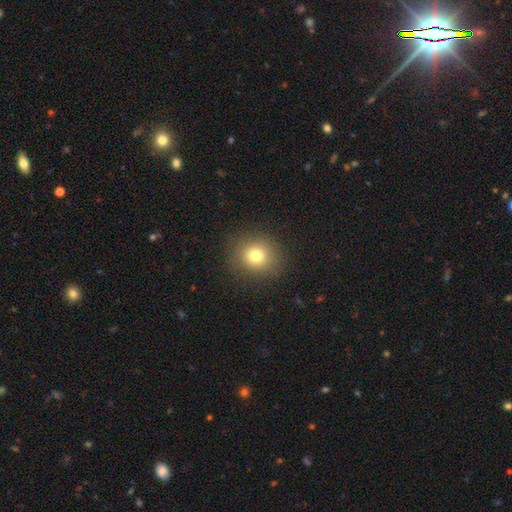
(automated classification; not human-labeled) Overall: smooth (76%). How rounded: round (86%). Merging: none (88%).